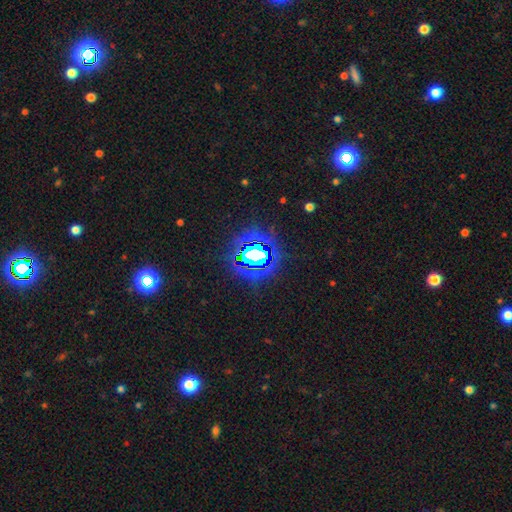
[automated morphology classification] This appears to be a star or artifact, not a galaxy (77%).